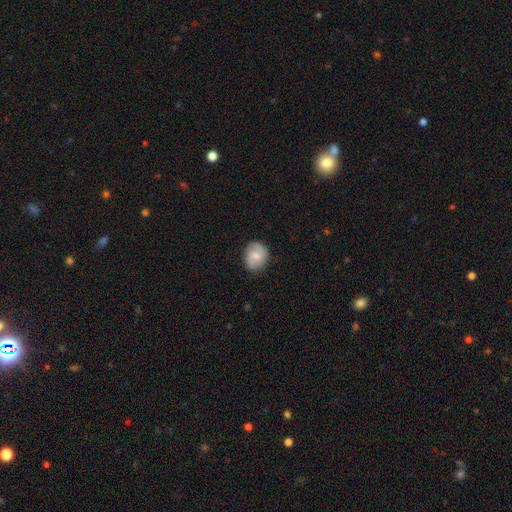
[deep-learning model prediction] smooth_or_featured: featured or disk (p=0.49) [alt: smooth p=0.44]
merging: none (p=0.81) [alt: minor disturbance p=0.15]